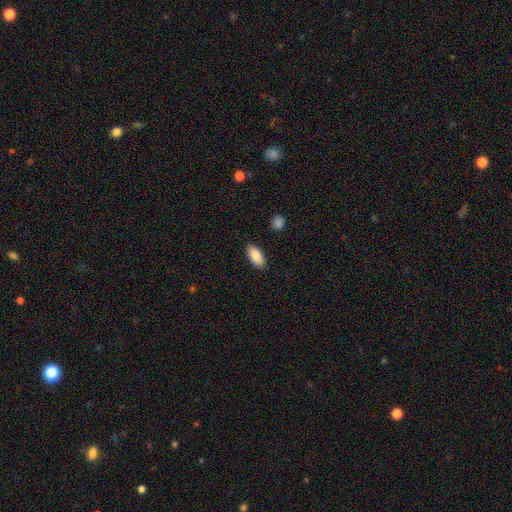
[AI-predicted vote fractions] smooth_or_featured: smooth (p=0.87) [alt: featured or disk p=0.07]
how_rounded: in between (p=0.89) [alt: cigar-shaped p=0.08]
merging: none (p=0.87) [alt: minor disturbance p=0.10]